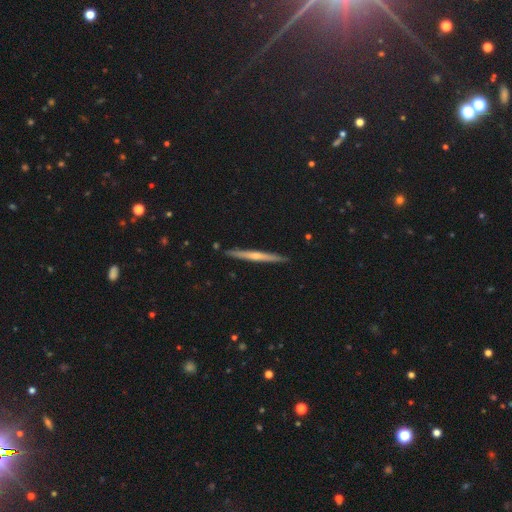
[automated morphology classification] Smooth or featured? featured or disk (66%)
Edge-on disk? yes (96%)
Edge-on bulge? rounded (71%)
Merging? none (90%)